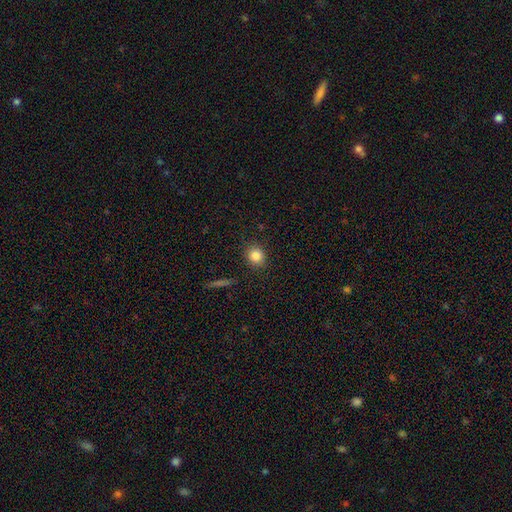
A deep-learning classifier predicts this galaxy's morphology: Q: Smooth or featured?
A: smooth (84%); runner-up: star or artifact (10%)
Q: How rounded?
A: round (84%); runner-up: in between (15%)
Q: Merging?
A: none (89%); runner-up: minor disturbance (8%)